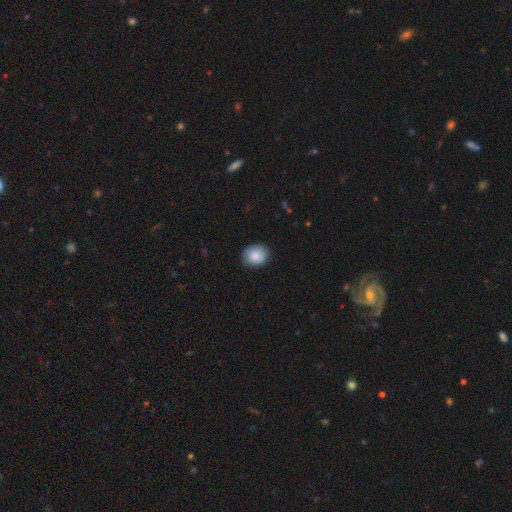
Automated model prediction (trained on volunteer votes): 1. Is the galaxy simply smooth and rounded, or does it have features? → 82% smooth, 11% featured or disk, 7% star or artifact.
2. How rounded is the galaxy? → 63% round, 36% in between, 1% cigar-shaped.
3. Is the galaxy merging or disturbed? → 82% none, 15% minor disturbance, 3% major disturbance, 1% merger.